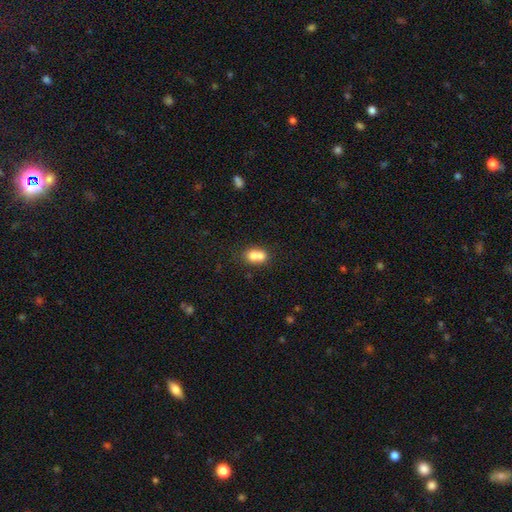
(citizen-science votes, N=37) Morphology: type=smooth (76%); roundness=round (68%); merging=merger (73%).